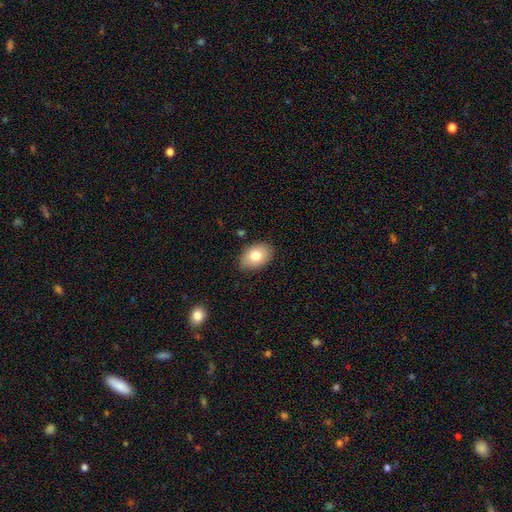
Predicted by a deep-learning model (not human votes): Q: Smooth or featured?
A: smooth (79%); runner-up: featured or disk (13%)
Q: How rounded?
A: in between (83%); runner-up: round (16%)
Q: Merging?
A: none (85%); runner-up: minor disturbance (11%)